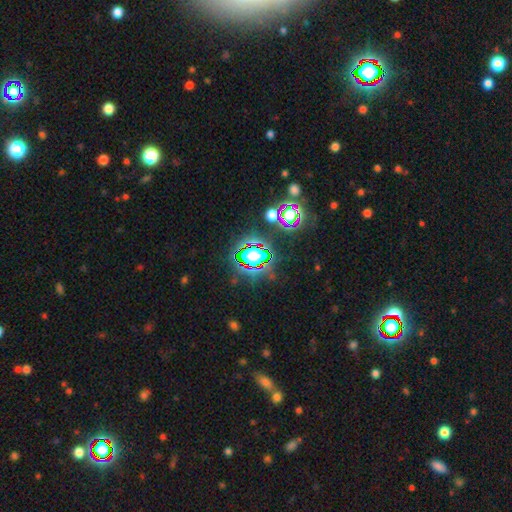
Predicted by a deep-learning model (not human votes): The model was most divided on "smooth or featured": star or artifact: 63%, smooth: 23%, featured or disk: 13%.